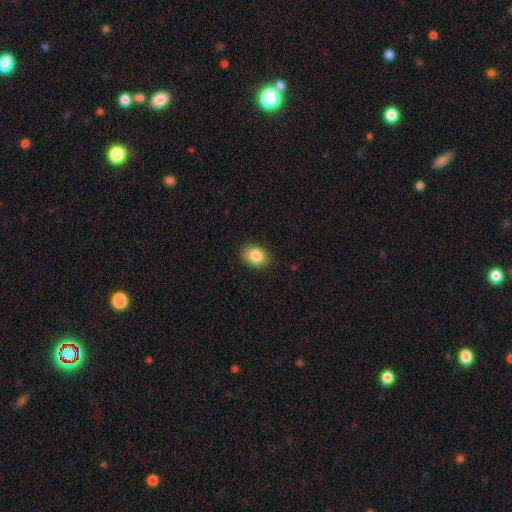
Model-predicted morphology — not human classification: Smooth or featured? Predicted: smooth (p=0.86). How rounded? Predicted: in between (p=0.65). Merging? Predicted: none (p=0.88).